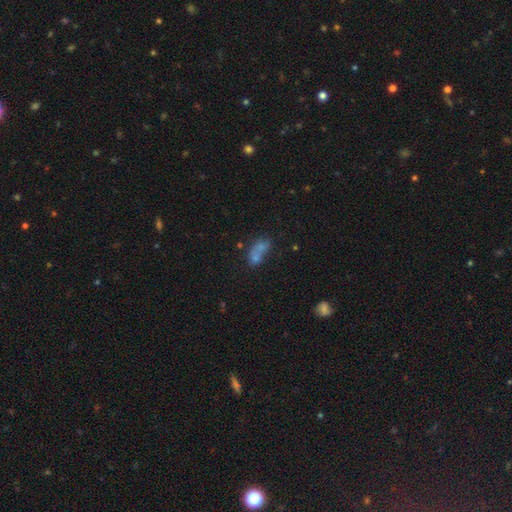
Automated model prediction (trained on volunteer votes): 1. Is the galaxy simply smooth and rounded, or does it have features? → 61% smooth, 20% featured or disk, 19% star or artifact.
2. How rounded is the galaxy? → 68% in between, 24% round, 9% cigar-shaped.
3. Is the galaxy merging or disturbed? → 48% merger, 31% none, 11% minor disturbance, 10% major disturbance.